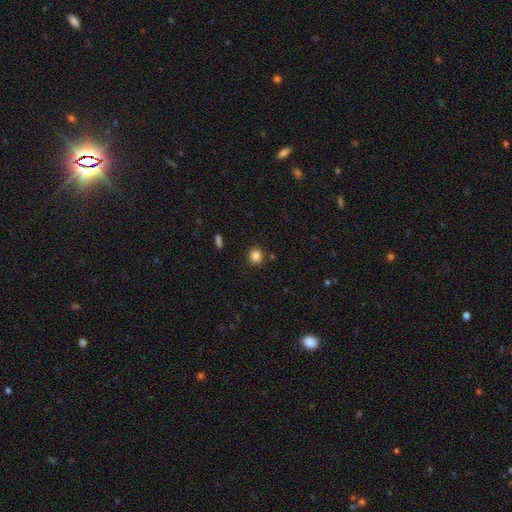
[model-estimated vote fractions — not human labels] This is clearly a smooth galaxy (86%). How rounded: clearly round (84%). Merging: clearly none (87%).